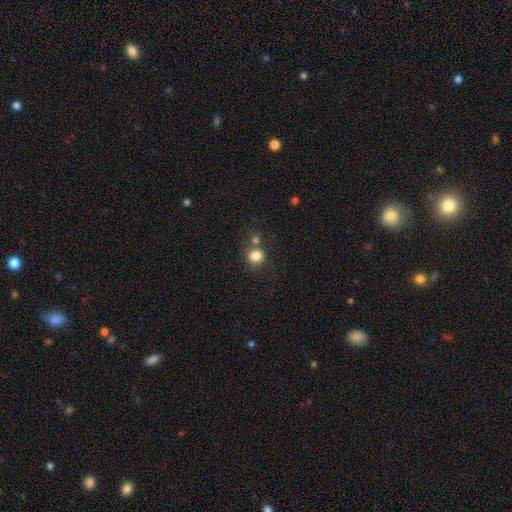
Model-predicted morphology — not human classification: Smooth or featured?
  - smooth: 82% *
  - star or artifact: 12%
  - featured or disk: 6%
How rounded?
  - round: 82% *
  - in between: 17%
  - cigar-shaped: 1%
Merging?
  - none: 63% *
  - merger: 22%
  - minor disturbance: 11%
  - major disturbance: 4%